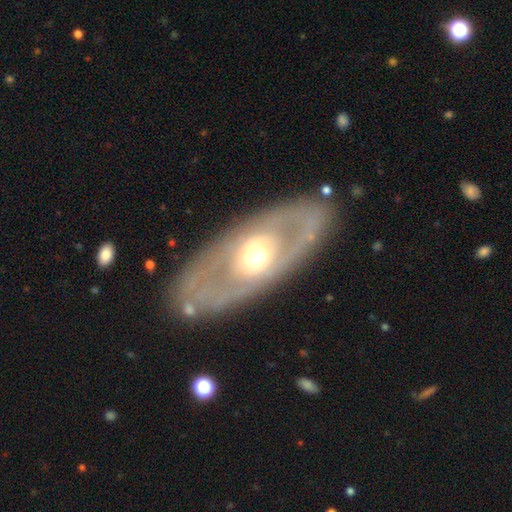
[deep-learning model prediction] This appears to be a featured or disk galaxy (71%) with no bar (69%), no spiral arms (66%) and a moderate central bulge (69%). Merging: none (81%).